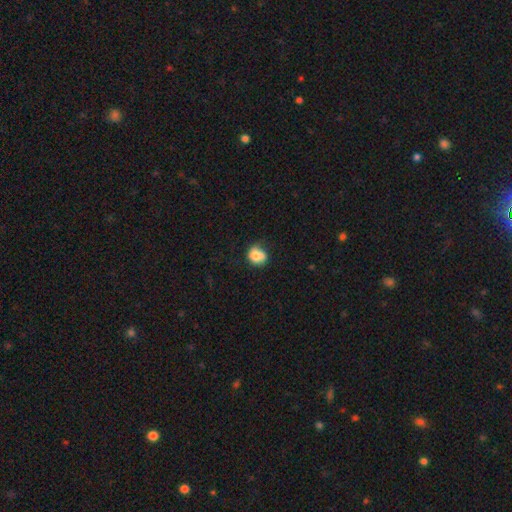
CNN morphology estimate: The model was most divided on "merging": none: 36%, merger: 29%, minor disturbance: 23%, major disturbance: 12%. More confident: smooth or featured — smooth (74%); how rounded — round (62%).